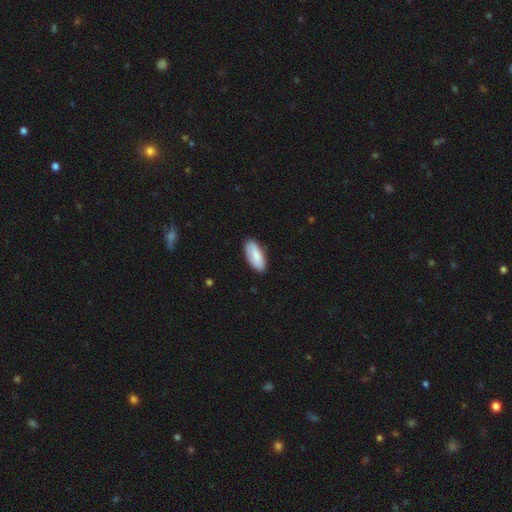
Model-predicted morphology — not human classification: smooth_or_featured: smooth (p=0.81) [alt: featured or disk p=0.13]
how_rounded: in between (p=0.86) [alt: cigar-shaped p=0.13]
merging: none (p=0.86) [alt: minor disturbance p=0.11]